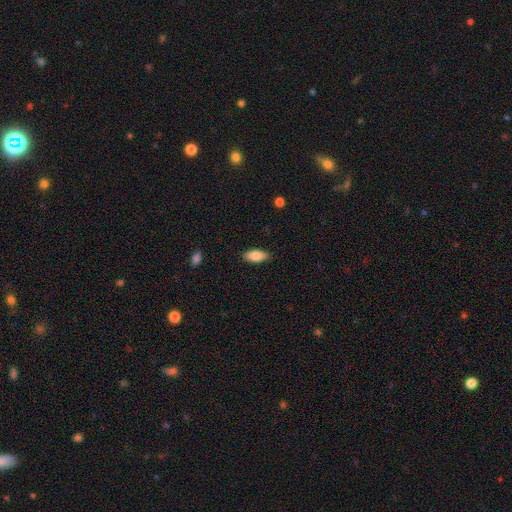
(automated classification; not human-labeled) A smooth galaxy with no disk features (84%) that is in between round and cigar-shaped (81%). Merging: none (86%).